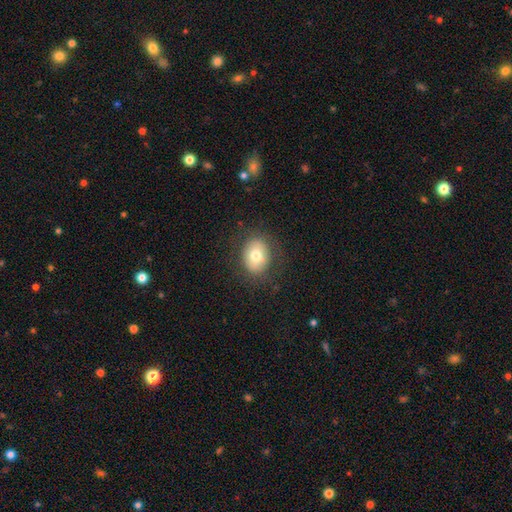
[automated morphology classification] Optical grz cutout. It shows a smooth galaxy with no disk features (73%) that is in between round and cigar-shaped (51%). Merging: none (82%).